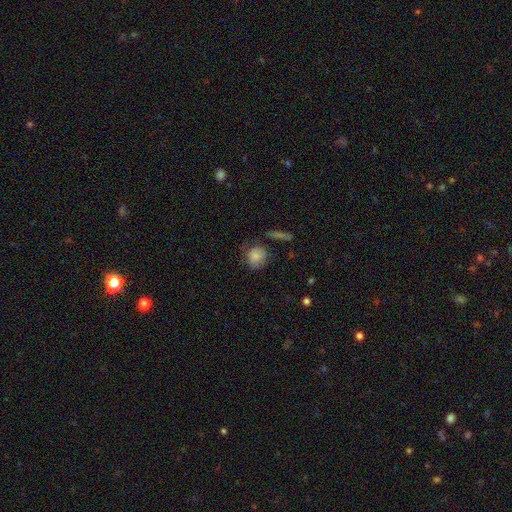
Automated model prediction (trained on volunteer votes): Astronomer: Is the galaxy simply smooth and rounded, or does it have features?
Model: smooth — 82%.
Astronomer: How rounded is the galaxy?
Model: round — 77%.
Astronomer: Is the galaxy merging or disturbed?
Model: none — 61%.